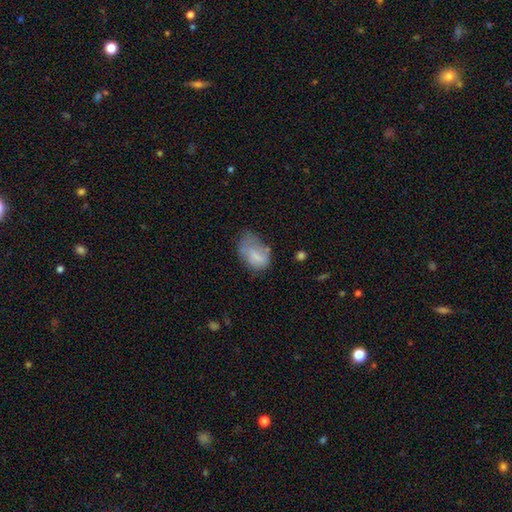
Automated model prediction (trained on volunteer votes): The model was most divided on "merging": minor disturbance: 36%, none: 33%, major disturbance: 27%, merger: 5%. More confident: how rounded — in between (87%); smooth or featured — smooth (71%).